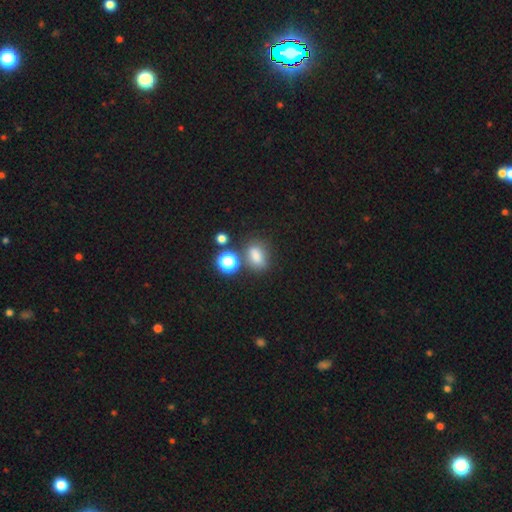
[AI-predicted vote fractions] smooth 76%, star or artifact 16%, featured or disk 9%. Down the decision tree: how rounded — in between (68%); merging — none (63%).